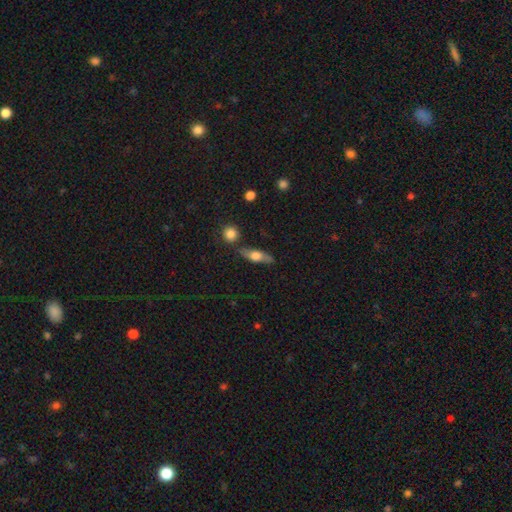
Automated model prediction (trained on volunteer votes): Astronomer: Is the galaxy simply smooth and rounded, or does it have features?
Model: smooth — 50% (runner-up: featured or disk, 43%).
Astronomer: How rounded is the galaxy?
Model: in between — 52% (runner-up: cigar-shaped, 42%).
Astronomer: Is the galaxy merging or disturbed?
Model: none — 77%.